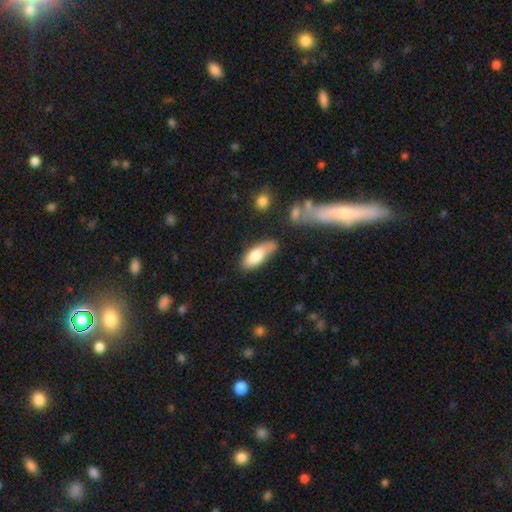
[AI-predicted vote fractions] This is likely a smooth galaxy (76%). How rounded: likely in between (75%). Merging: possibly none (52%).